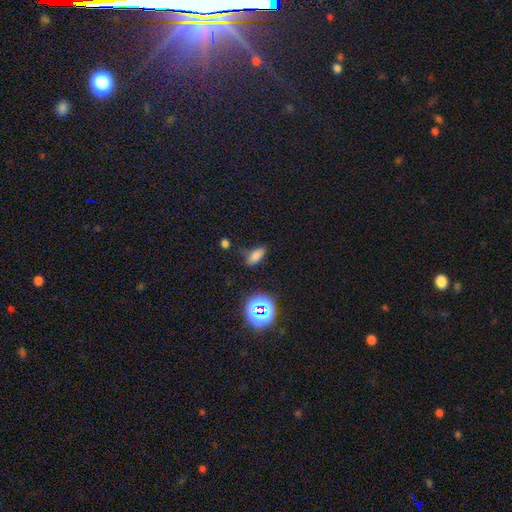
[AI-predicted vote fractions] The model was most divided on "merging": none: 68%, minor disturbance: 22%, major disturbance: 7%, merger: 3%. More confident: how rounded — in between (82%); smooth or featured — smooth (73%).